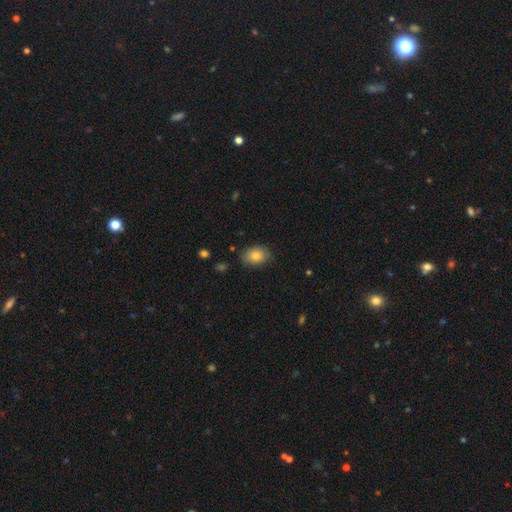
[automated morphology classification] A smooth galaxy with no disk features (82%) that is in between round and cigar-shaped (75%). Merging: none (81%).